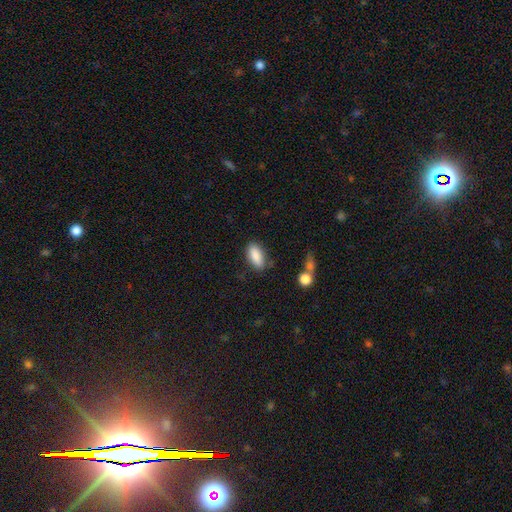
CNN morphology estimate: type=smooth (88%); roundness=in between (86%); merging=none (79%).